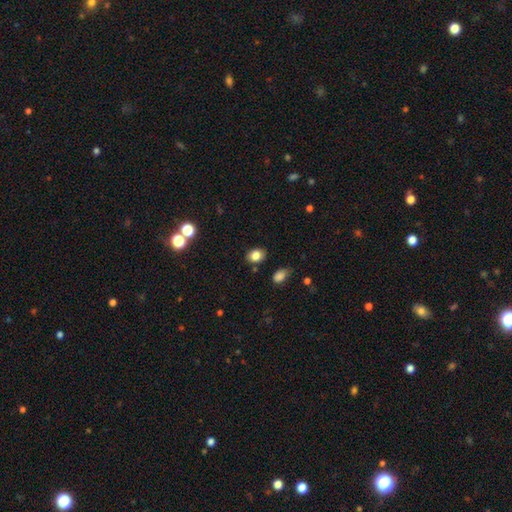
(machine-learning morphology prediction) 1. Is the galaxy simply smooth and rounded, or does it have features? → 82% smooth, 11% star or artifact, 7% featured or disk.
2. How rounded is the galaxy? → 60% in between, 39% round, 1% cigar-shaped.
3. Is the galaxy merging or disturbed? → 82% none, 12% minor disturbance, 3% merger, 3% major disturbance.